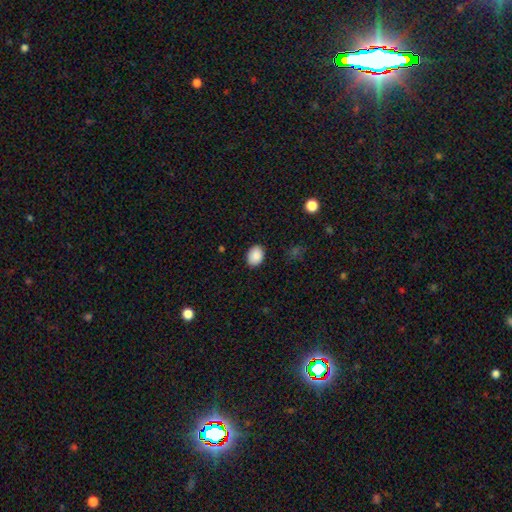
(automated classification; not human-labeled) A smooth galaxy with no disk features (89%) that is in between round and cigar-shaped (73%). Merging: none (89%).